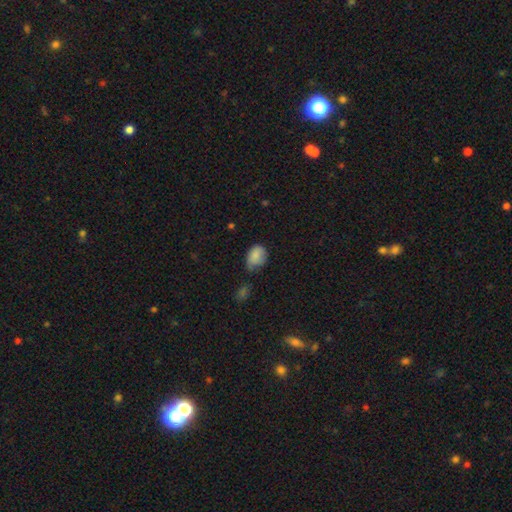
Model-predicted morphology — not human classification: Smooth or featured: smooth — 84% (star or artifact — 8%)
How rounded: in between — 74% (round — 25%)
Merging: minor disturbance — 42% (none — 40%)